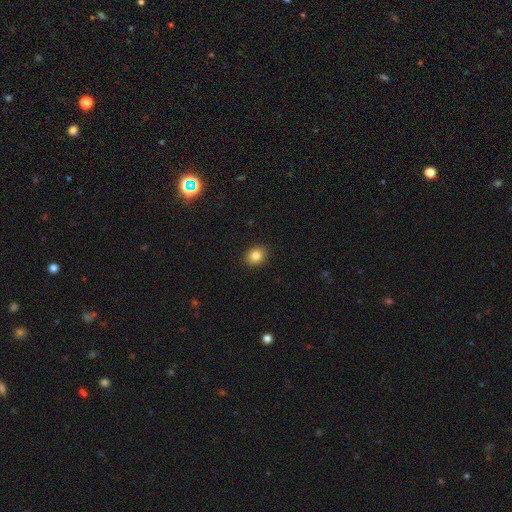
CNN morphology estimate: The model was most divided on "how rounded": round: 55%, in between: 45%, cigar-shaped: 1%. More confident: merging — none (90%); smooth or featured — smooth (84%).